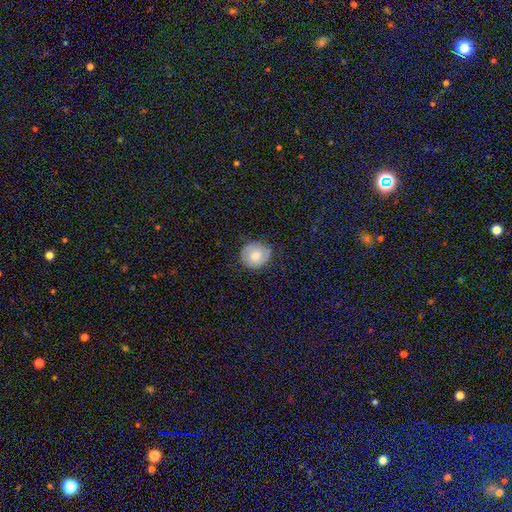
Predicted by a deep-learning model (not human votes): smooth-or-featured: smooth: 74% | featured or disk: 17% | star or artifact: 8%
  how-rounded: round: 78% | in between: 21% | cigar-shaped: 1%
  merging: none: 72% | minor disturbance: 22% | major disturbance: 5% | merger: 1%